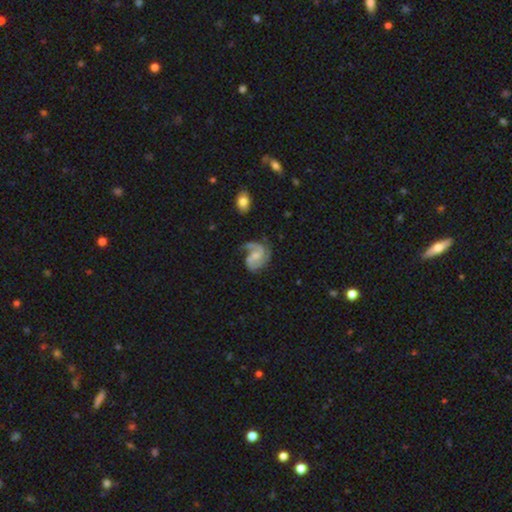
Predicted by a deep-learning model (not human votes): Smooth or featured? featured or disk (90%)
Edge-on disk? no (98%)
Bar? no (50%)
Spiral arms? yes (98%)
Spiral winding? medium (54%)
Spiral arm count? 2 (70%)
Bulge size? small (48%)
Merging? none (62%)